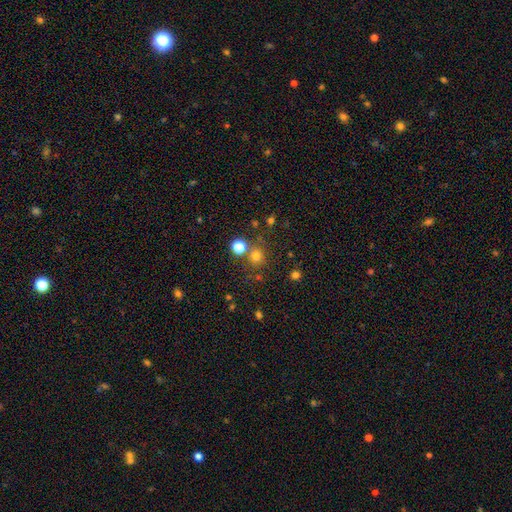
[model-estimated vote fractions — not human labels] Smooth or featured? Predicted: smooth (p=0.74). How rounded? Predicted: round (p=0.89). Merging? Predicted: none (p=0.71).